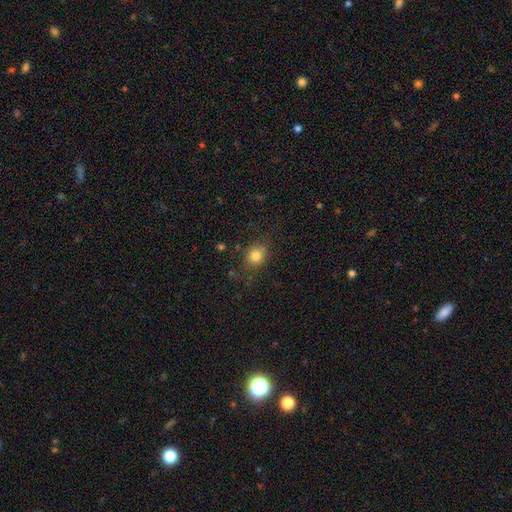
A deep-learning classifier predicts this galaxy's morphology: Smooth or featured? smooth (80%)
How rounded? round (64%)
Merging? none (74%)